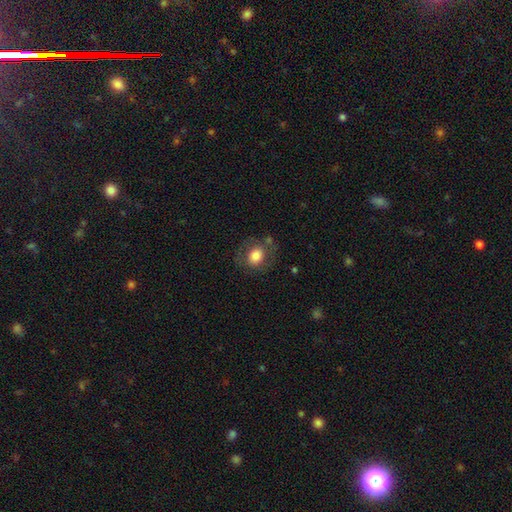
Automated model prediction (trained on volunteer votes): smooth 74%, featured or disk 18%, star or artifact 8%. Down the decision tree: how rounded — round (60%); merging — none (72%).